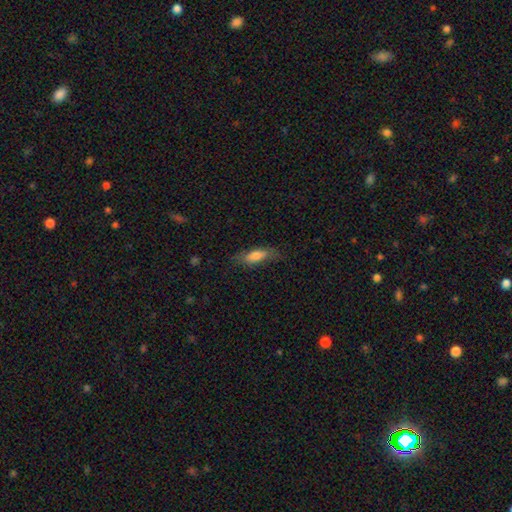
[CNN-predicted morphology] Smooth or featured?
  - smooth: 74% *
  - featured or disk: 19%
  - star or artifact: 7%
How rounded?
  - in between: 62% *
  - cigar-shaped: 36%
  - round: 2%
Merging?
  - none: 71% *
  - minor disturbance: 21%
  - major disturbance: 7%
  - merger: 1%